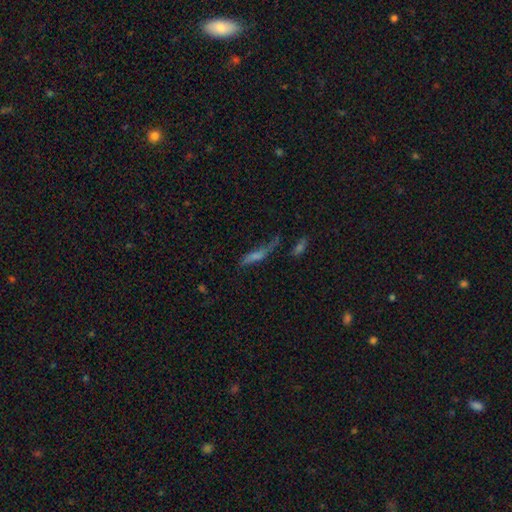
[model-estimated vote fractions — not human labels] Morphology: type=featured or disk (42%); merging=none (43%).